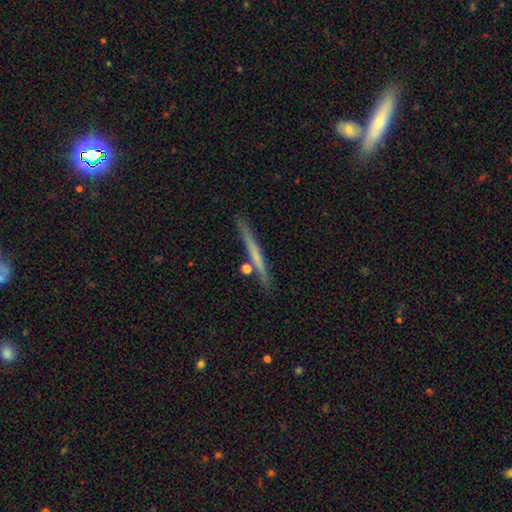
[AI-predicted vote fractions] Morphology: type=featured or disk (48%); merging=none (85%).